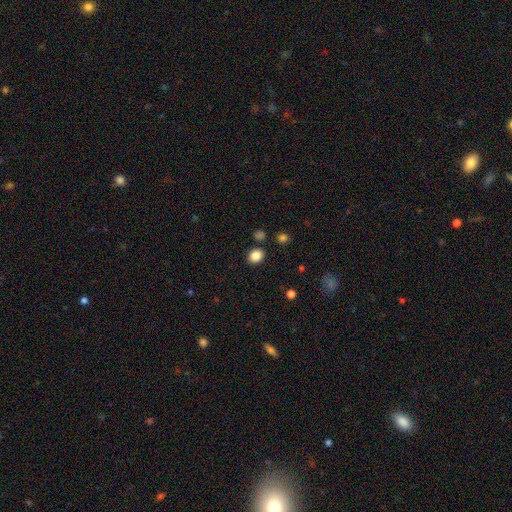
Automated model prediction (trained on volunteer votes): Smooth or featured?
  - smooth: 85% *
  - star or artifact: 10%
  - featured or disk: 4%
How rounded?
  - round: 58% *
  - in between: 41%
  - cigar-shaped: 1%
Merging?
  - none: 86% *
  - minor disturbance: 8%
  - merger: 3%
  - major disturbance: 2%